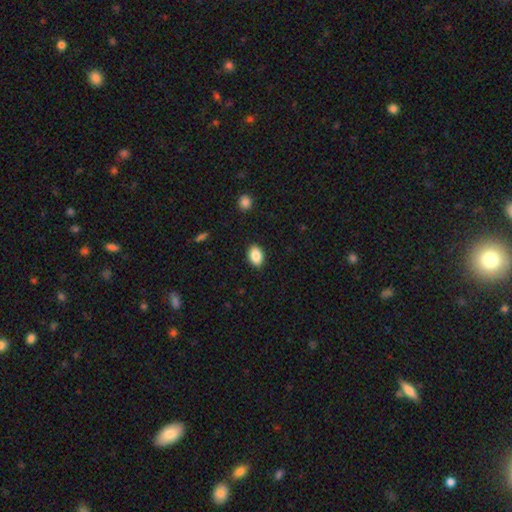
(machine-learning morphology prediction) Q: Smooth or featured?
A: smooth (87%); runner-up: star or artifact (8%)
Q: How rounded?
A: in between (85%); runner-up: round (14%)
Q: Merging?
A: none (89%); runner-up: minor disturbance (8%)